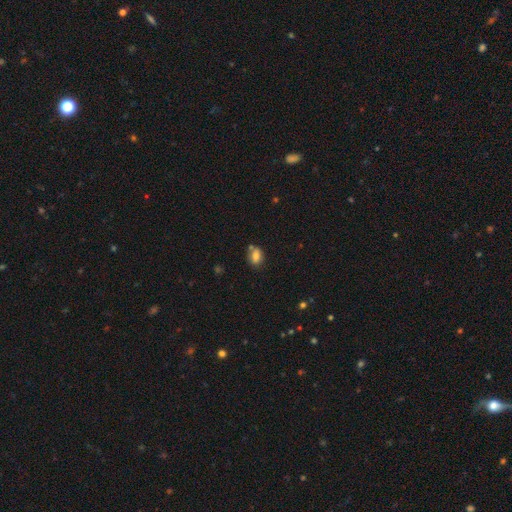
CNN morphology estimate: Smooth or featured? Predicted: smooth (p=0.76). How rounded? Predicted: in between (p=0.71). Merging? Predicted: none (p=0.63).